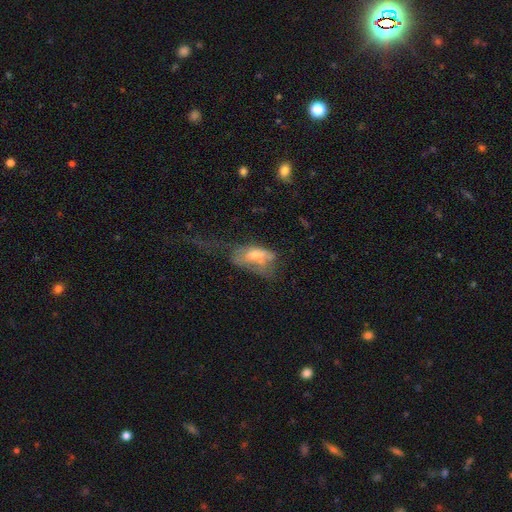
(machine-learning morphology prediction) A smooth galaxy with no disk features (52%) that is in between round and cigar-shaped (88%).

Vote fractions:
- Smooth or featured? smooth: 52% / featured or disk: 38% / star or artifact: 10%
- How rounded? in between: 88% / cigar-shaped: 6% / round: 6%
- Merging? major disturbance: 46% / none: 22% / minor disturbance: 22% / merger: 11%